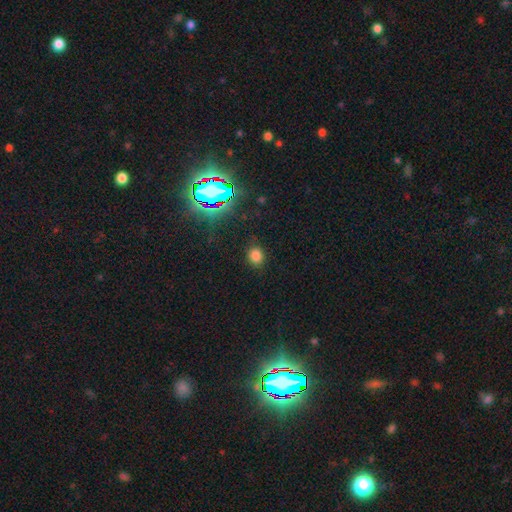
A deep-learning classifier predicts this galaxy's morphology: smooth-or-featured: smooth: 75% | star or artifact: 19% | featured or disk: 5%
  how-rounded: round: 63% | in between: 35% | cigar-shaped: 1%
  merging: none: 86% | minor disturbance: 10% | major disturbance: 3% | merger: 1%